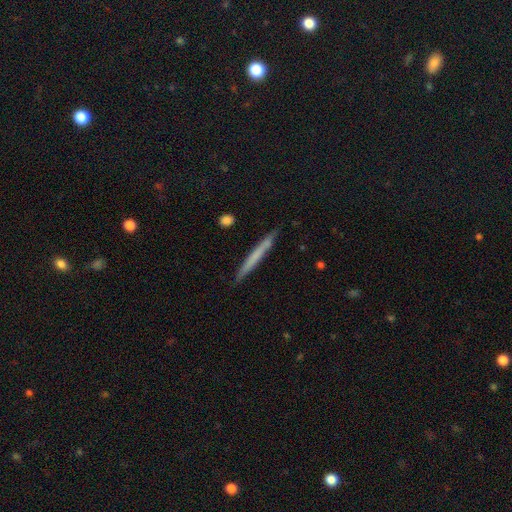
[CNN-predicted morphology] This is possibly a smooth galaxy (58%). How rounded: clearly cigar-shaped (97%). Merging: clearly none (89%).